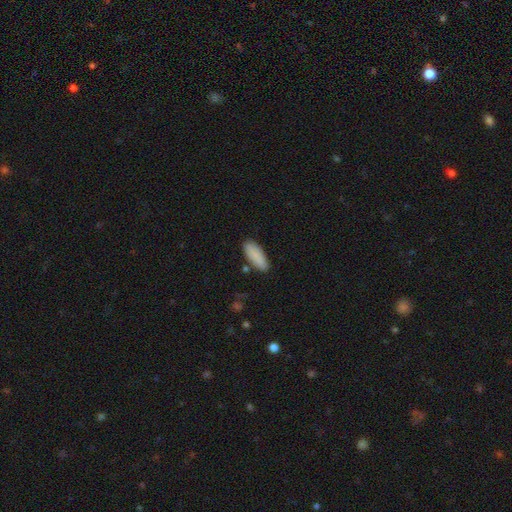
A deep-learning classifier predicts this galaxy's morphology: The model was most divided on "how rounded": in between: 75%, cigar-shaped: 23%, round: 2%. More confident: smooth or featured — smooth (88%); merging — none (81%).